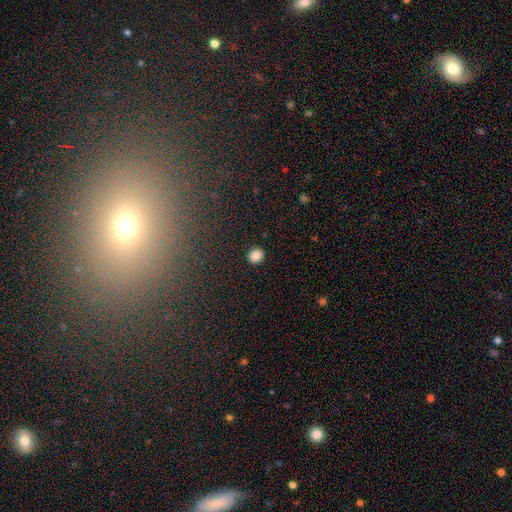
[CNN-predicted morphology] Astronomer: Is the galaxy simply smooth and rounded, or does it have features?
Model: smooth — 86%.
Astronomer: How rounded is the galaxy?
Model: round — 87%.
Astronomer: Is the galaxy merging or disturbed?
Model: none — 92%.